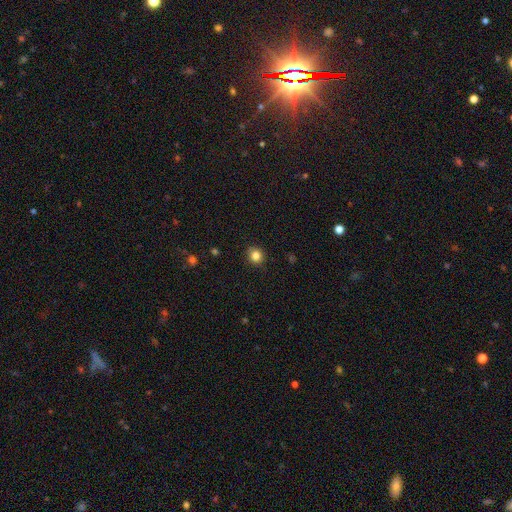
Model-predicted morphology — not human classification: smooth_or_featured: smooth (p=0.83) [alt: star or artifact p=0.11]
how_rounded: round (p=0.86) [alt: in between p=0.13]
merging: none (p=0.90) [alt: minor disturbance p=0.07]